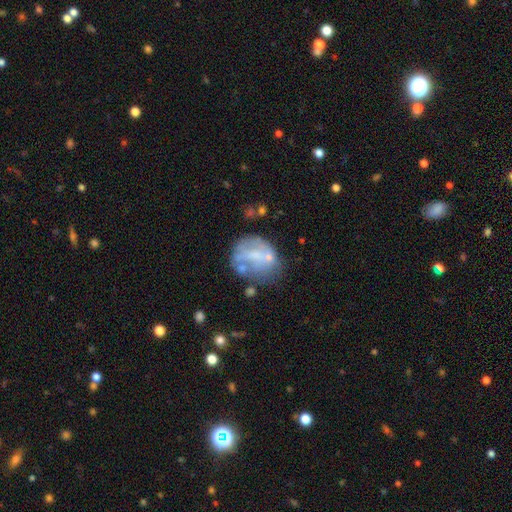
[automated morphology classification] Smooth or featured?
  - featured or disk: 47% *
  - smooth: 43%
  - star or artifact: 10%
Merging?
  - none: 44% *
  - minor disturbance: 23%
  - major disturbance: 19%
  - merger: 14%